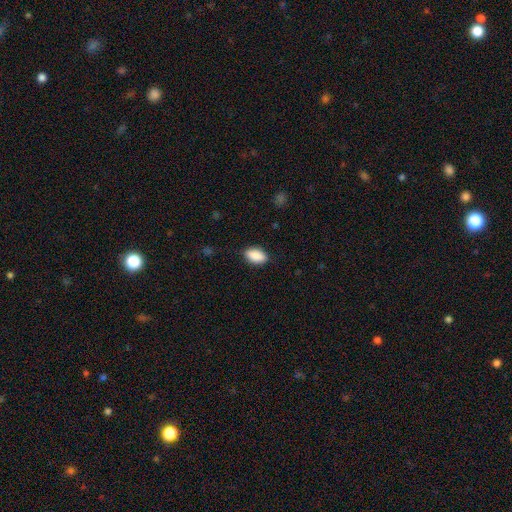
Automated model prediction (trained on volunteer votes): Q: Smooth or featured?
A: smooth (89%); runner-up: star or artifact (7%)
Q: How rounded?
A: in between (92%); runner-up: round (5%)
Q: Merging?
A: none (84%); runner-up: minor disturbance (12%)